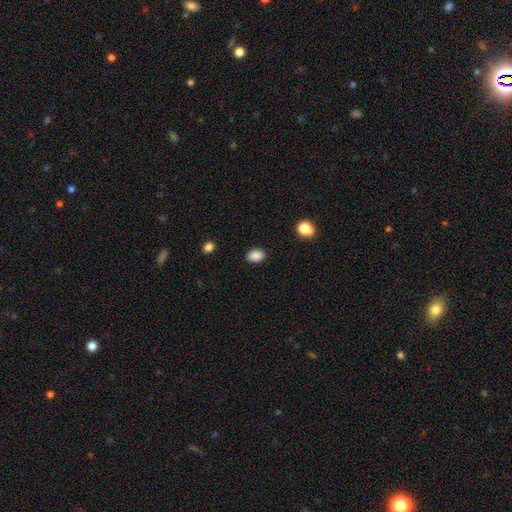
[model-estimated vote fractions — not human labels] This appears to be a smooth galaxy with no disk features (88%) that is in between round and cigar-shaped (77%). Merging: none (88%).